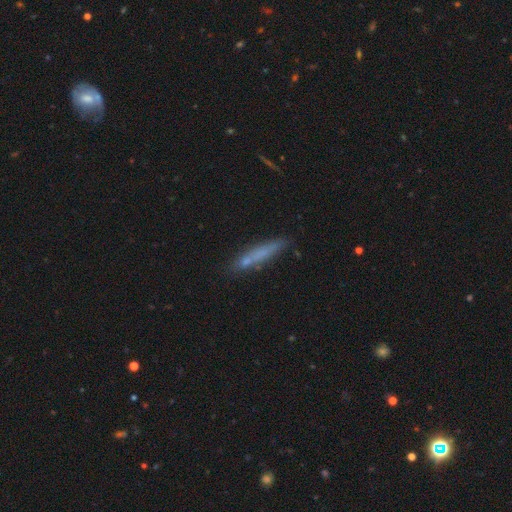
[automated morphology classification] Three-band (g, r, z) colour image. It shows a smooth galaxy with no disk features (59%) that is cigar-shaped (91%). Merging: none (77%).